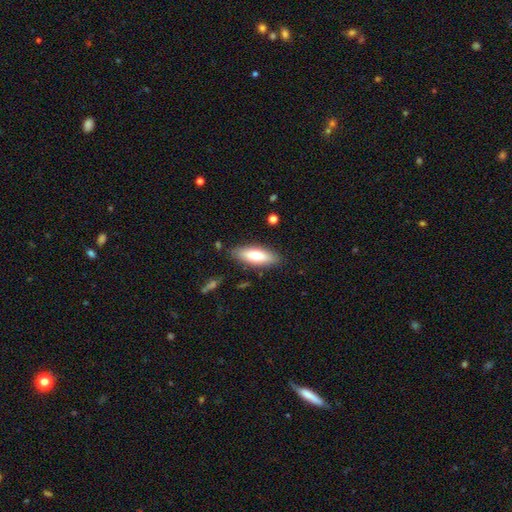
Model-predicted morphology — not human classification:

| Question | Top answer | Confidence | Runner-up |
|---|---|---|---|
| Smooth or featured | smooth | 71% | featured or disk (23%) |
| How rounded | in between | 62% | cigar-shaped (36%) |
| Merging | none | 85% | minor disturbance (11%) |